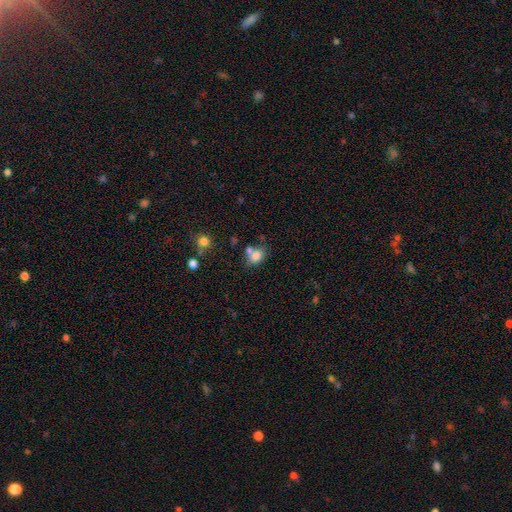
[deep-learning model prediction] Smooth or featured? smooth (79%)
How rounded? in between (60%)
Merging? none (51%)